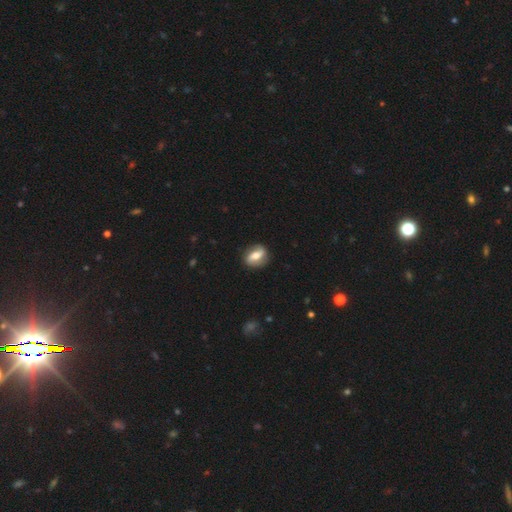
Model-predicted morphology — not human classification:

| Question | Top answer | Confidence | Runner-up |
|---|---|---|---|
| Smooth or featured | featured or disk | 58% | smooth (35%) |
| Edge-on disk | no | 90% | yes (10%) |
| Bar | strong | 47% | weak (32%) |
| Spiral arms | yes | 74% | no (26%) |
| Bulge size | moderate | 62% | small (19%) |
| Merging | none | 84% | minor disturbance (12%) |